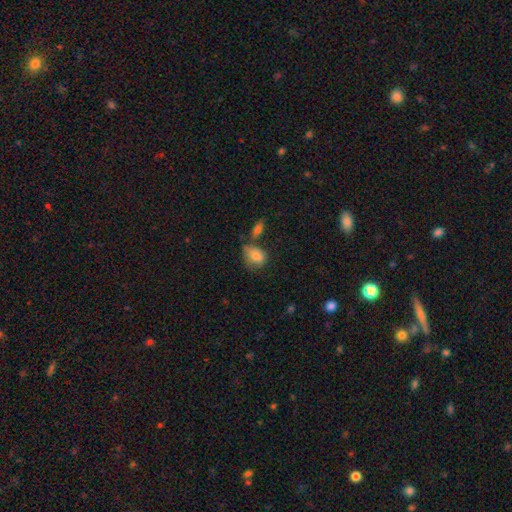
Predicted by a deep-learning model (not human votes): Q: Smooth or featured?
A: smooth (80%); runner-up: featured or disk (12%)
Q: How rounded?
A: in between (61%); runner-up: round (38%)
Q: Merging?
A: none (40%); runner-up: minor disturbance (28%)